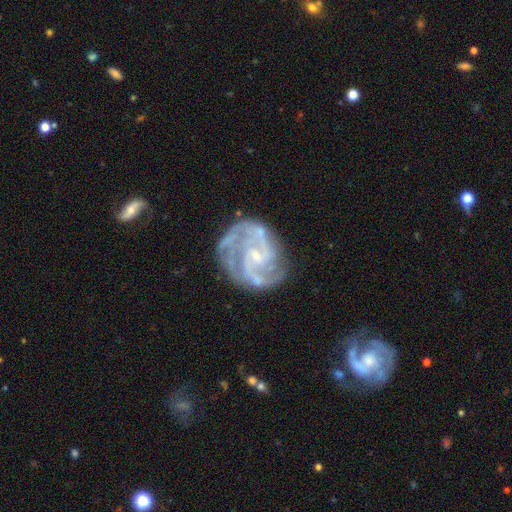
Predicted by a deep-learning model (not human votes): Smooth or featured? Predicted: featured or disk (p=0.89). Edge-on disk? Predicted: no (p=0.98). Bar? Predicted: no (p=0.49). Spiral arms? Predicted: yes (p=0.97). Spiral winding? Predicted: medium (p=0.48). Spiral arm count? Predicted: 2 (p=0.33). Bulge size? Predicted: small (p=0.81). Merging? Predicted: none (p=0.67).